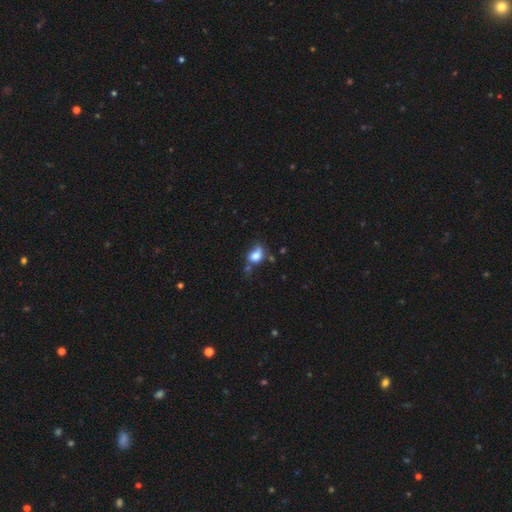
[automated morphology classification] This appears to be a smooth galaxy with no disk features (76%) that is in between round and cigar-shaped (63%). Merging: none (36%).